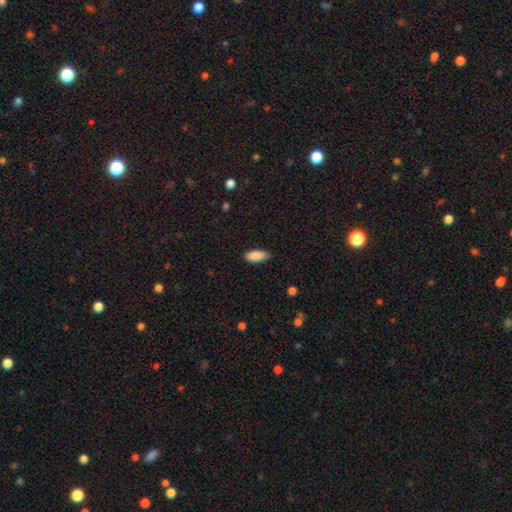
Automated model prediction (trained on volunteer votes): Morphology: type=smooth (88%); roundness=in between (82%); merging=none (79%).